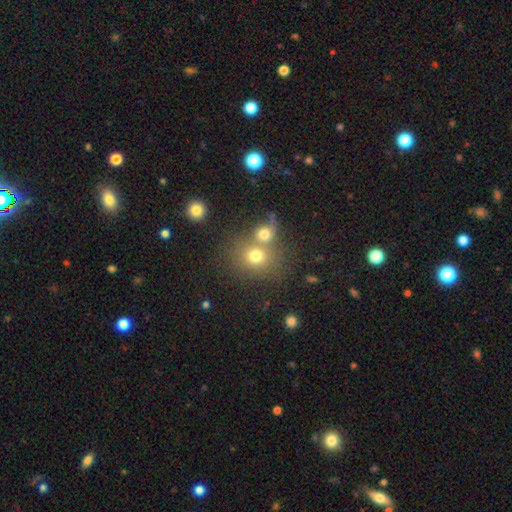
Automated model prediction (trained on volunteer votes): smooth-or-featured: smooth: 71% | star or artifact: 15% | featured or disk: 14%
  how-rounded: round: 75% | in between: 24% | cigar-shaped: 1%
  merging: merger: 46% | none: 41% | minor disturbance: 8% | major disturbance: 5%